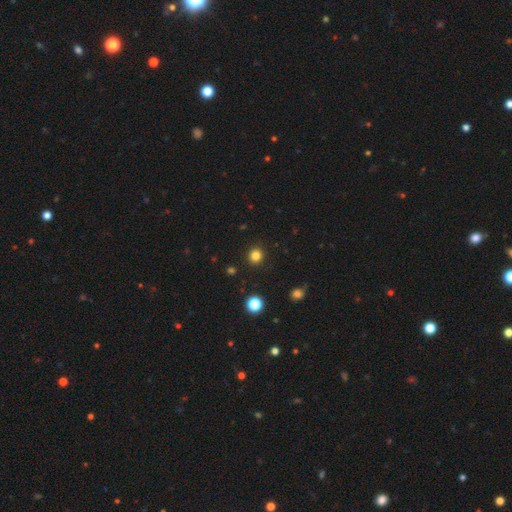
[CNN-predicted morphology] The model was most divided on "smooth or featured": smooth: 83%, star or artifact: 13%, featured or disk: 4%. More confident: merging — none (92%); how rounded — round (91%).